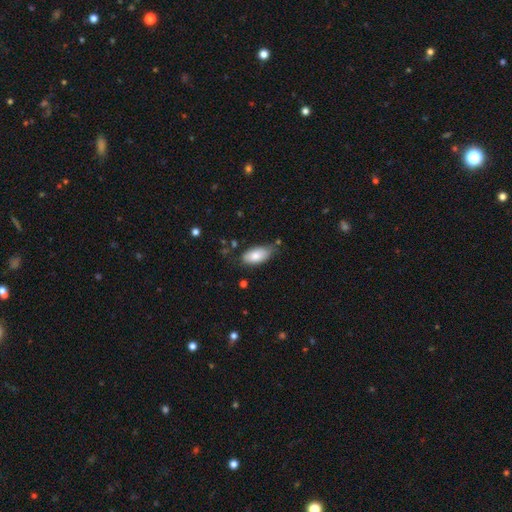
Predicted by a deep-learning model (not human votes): A smooth galaxy with no disk features (79%) that is in between round and cigar-shaped (92%).

Vote fractions:
- Smooth or featured? smooth: 79% / featured or disk: 14% / star or artifact: 7%
- How rounded? in between: 92% / cigar-shaped: 5% / round: 3%
- Merging? none: 61% / minor disturbance: 30% / major disturbance: 6% / merger: 3%